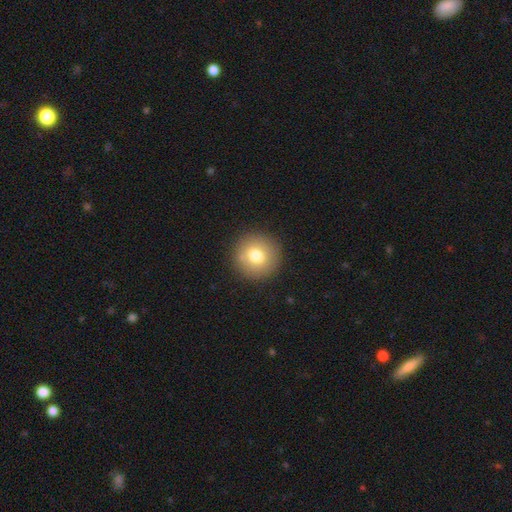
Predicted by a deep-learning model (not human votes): smooth-or-featured: smooth: 76% | featured or disk: 14% | star or artifact: 10%
  how-rounded: round: 93% | in between: 6% | cigar-shaped: 1%
  merging: none: 88% | minor disturbance: 7% | major disturbance: 3% | merger: 2%